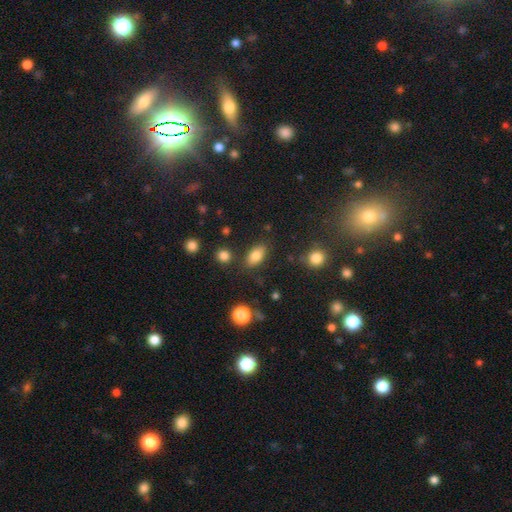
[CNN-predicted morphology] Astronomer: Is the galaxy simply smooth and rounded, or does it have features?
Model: smooth — 82%.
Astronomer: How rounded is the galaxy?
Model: in between — 88%.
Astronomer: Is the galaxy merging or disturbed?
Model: none — 82%.